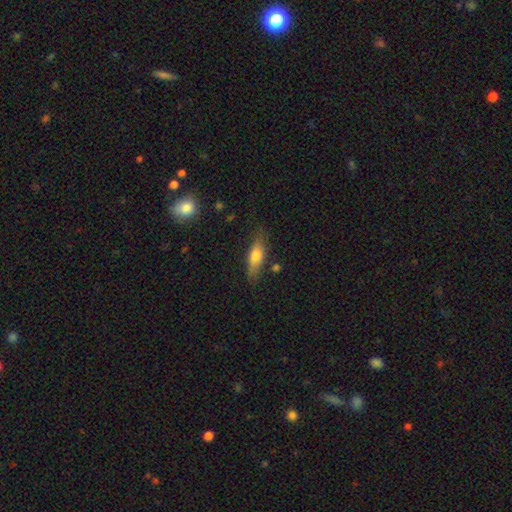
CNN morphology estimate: The model was most divided on "how rounded": in between: 53%, cigar-shaped: 43%, round: 3%. More confident: merging — none (74%); smooth or featured — smooth (65%).